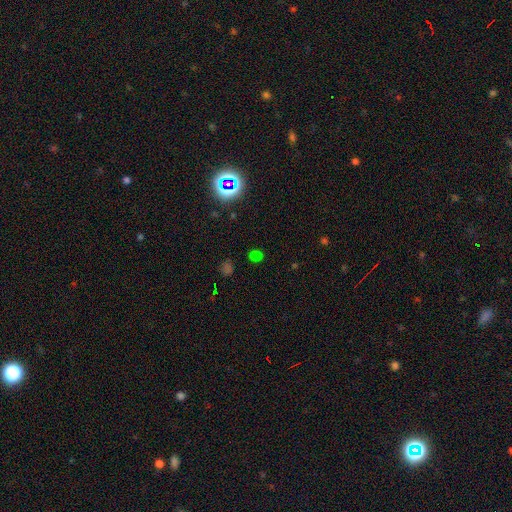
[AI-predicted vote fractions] Morphology: type=star or artifact (56%).